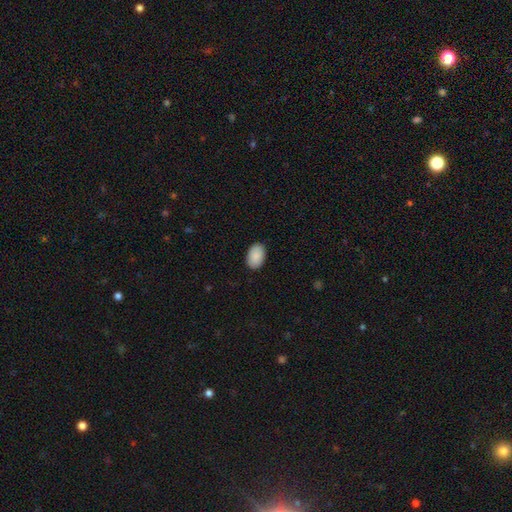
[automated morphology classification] The model was most divided on "merging": none: 89%, minor disturbance: 8%, major disturbance: 2%, merger: 1%. More confident: how rounded — in between (91%); smooth or featured — smooth (90%).